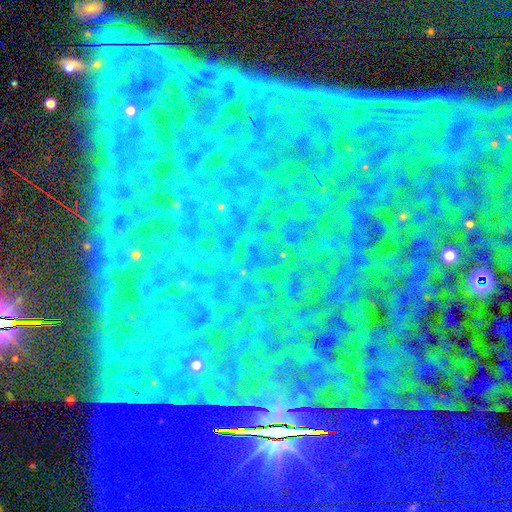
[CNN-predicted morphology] This appears to be a star or artifact, not a galaxy (86%).